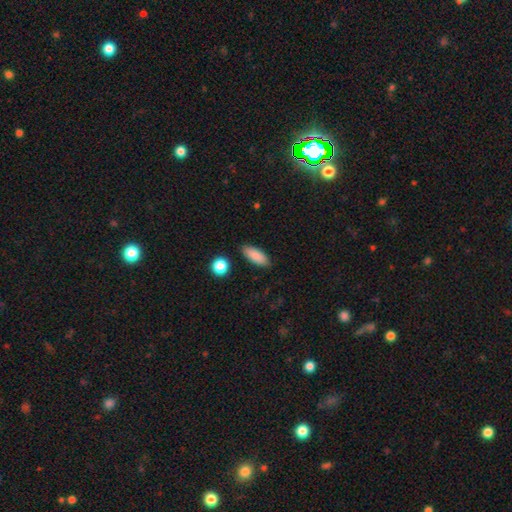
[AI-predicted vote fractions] Smooth or featured?
  - smooth: 87% *
  - star or artifact: 7%
  - featured or disk: 6%
How rounded?
  - in between: 76% *
  - cigar-shaped: 22%
  - round: 3%
Merging?
  - none: 87% *
  - minor disturbance: 9%
  - major disturbance: 2%
  - merger: 2%